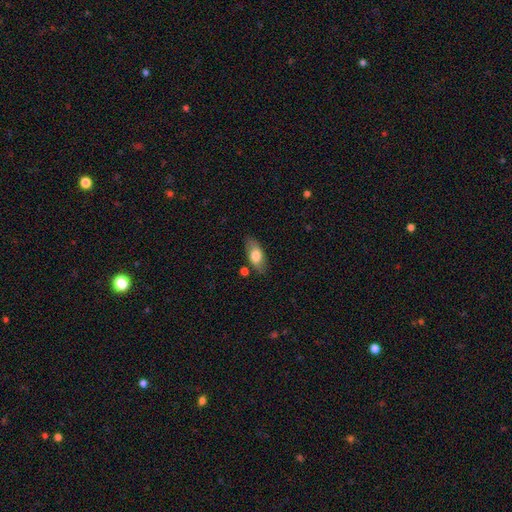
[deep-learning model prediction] A smooth galaxy with no disk features (71%) that is in between round and cigar-shaped (85%). Merging: none (78%).